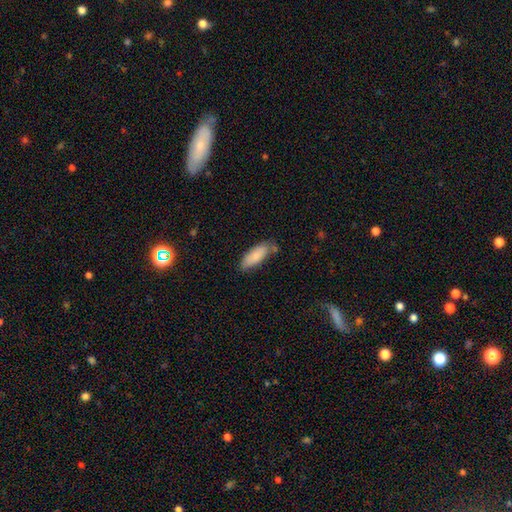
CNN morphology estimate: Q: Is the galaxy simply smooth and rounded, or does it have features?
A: smooth — 83%.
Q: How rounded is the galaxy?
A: in between — 71%.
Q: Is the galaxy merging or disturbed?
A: none — 68%.